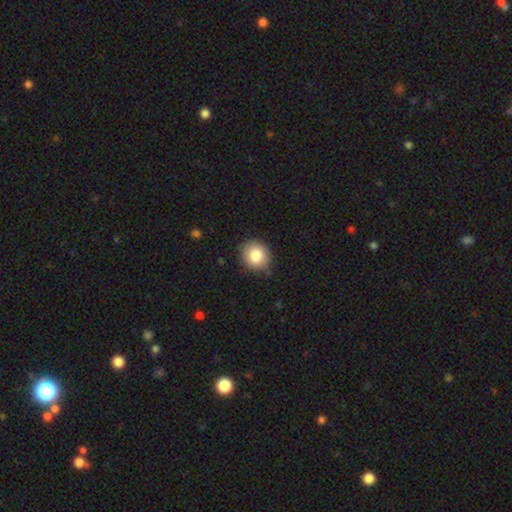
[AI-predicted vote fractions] Smooth or featured?
  - smooth: 83% *
  - star or artifact: 9%
  - featured or disk: 8%
How rounded?
  - round: 83% *
  - in between: 16%
  - cigar-shaped: 1%
Merging?
  - none: 86% *
  - minor disturbance: 10%
  - major disturbance: 2%
  - merger: 1%